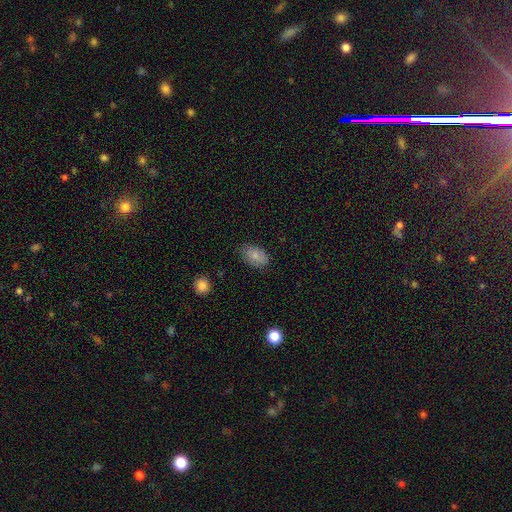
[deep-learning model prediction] Smooth or featured? Predicted: smooth (p=0.82). How rounded? Predicted: in between (p=0.90). Merging? Predicted: none (p=0.79).